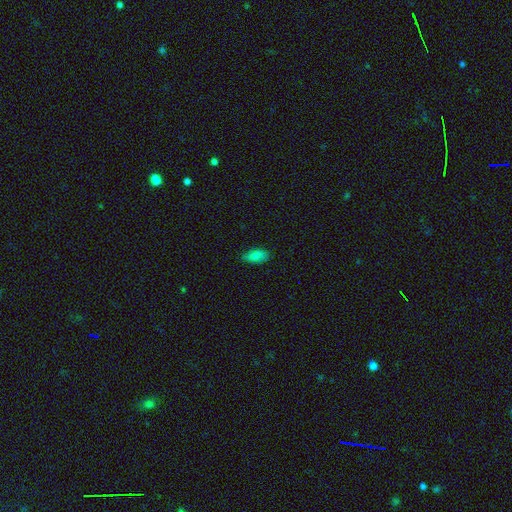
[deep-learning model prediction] This is clearly a smooth galaxy (81%). How rounded: clearly in between (88%). Merging: likely none (77%).